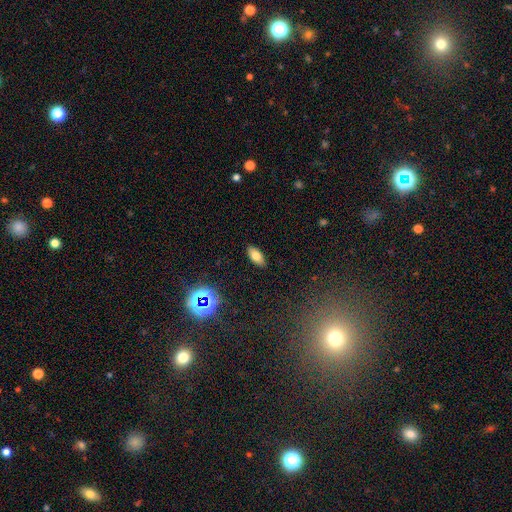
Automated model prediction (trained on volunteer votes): Smooth or featured: smooth — 74% (featured or disk — 13%)
How rounded: in between — 87% (cigar-shaped — 10%)
Merging: none — 88% (minor disturbance — 8%)